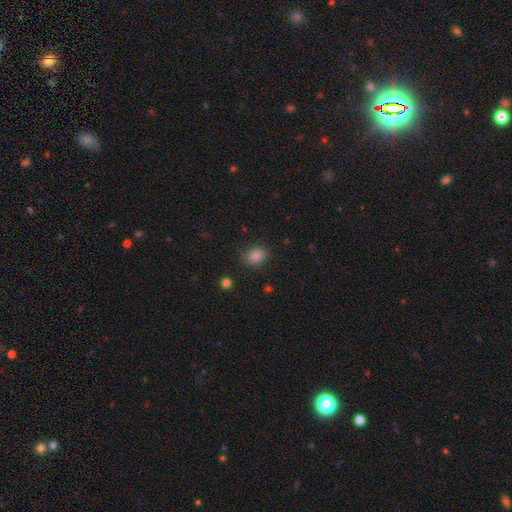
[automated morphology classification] Smooth or featured: smooth — 83% (star or artifact — 12%)
How rounded: in between — 52% (round — 47%)
Merging: none — 84% (minor disturbance — 11%)